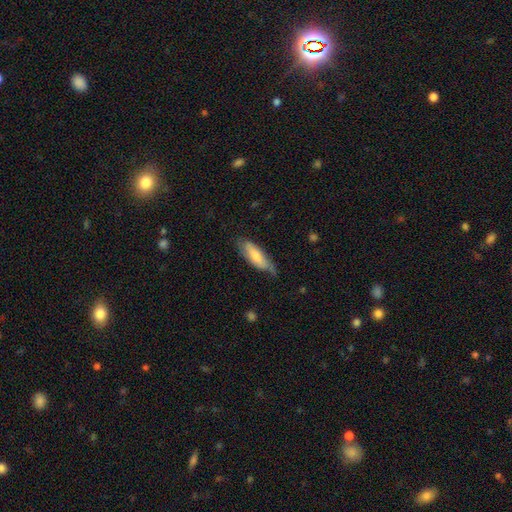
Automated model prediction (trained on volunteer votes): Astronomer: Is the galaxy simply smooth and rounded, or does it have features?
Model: smooth — 66%.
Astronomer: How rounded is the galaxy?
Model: in between — 56% (runner-up: cigar-shaped, 42%).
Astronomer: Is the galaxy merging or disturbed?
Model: none — 53% (runner-up: minor disturbance, 35%).